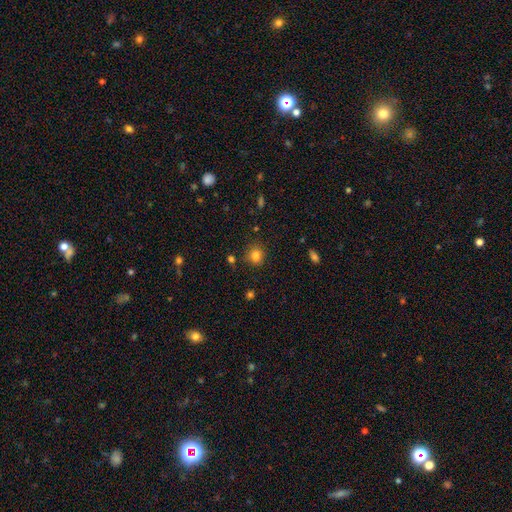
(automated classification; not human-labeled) A smooth galaxy with no disk features (82%) that is round (86%).

Vote fractions:
- Smooth or featured? smooth: 82% / star or artifact: 13% / featured or disk: 6%
- How rounded? round: 86% / in between: 13% / cigar-shaped: 1%
- Merging? none: 85% / minor disturbance: 10% / merger: 3% / major disturbance: 3%